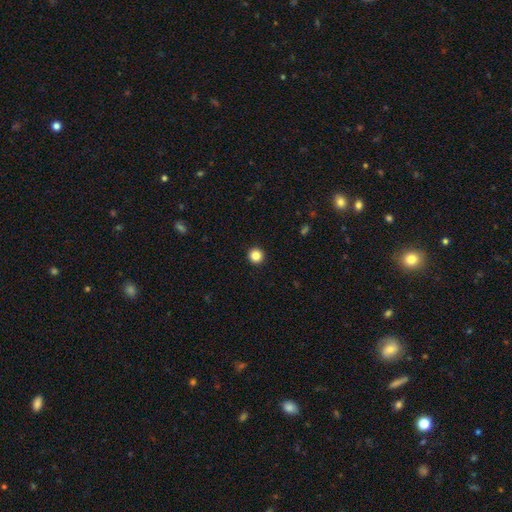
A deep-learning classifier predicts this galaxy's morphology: type=smooth (86%); roundness=round (96%); merging=none (94%).